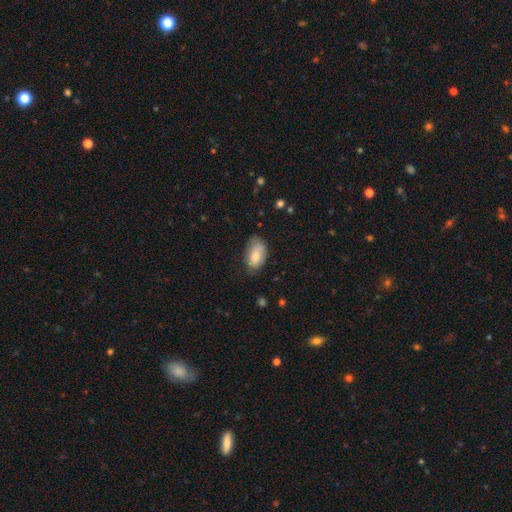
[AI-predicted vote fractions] Smooth or featured? Predicted: smooth (p=0.79). How rounded? Predicted: in between (p=0.93). Merging? Predicted: none (p=0.62).